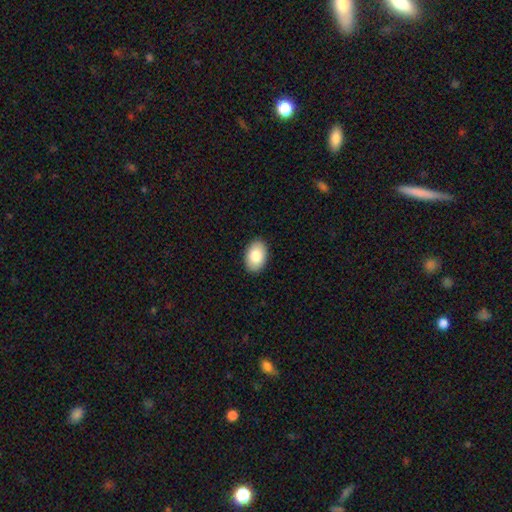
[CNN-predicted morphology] type=smooth (84%); roundness=in between (90%); merging=none (90%).